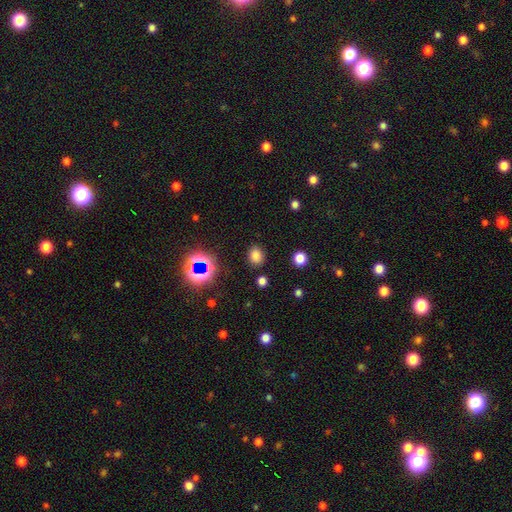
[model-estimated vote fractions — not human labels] Smooth or featured? smooth (74%)
How rounded? round (50%)
Merging? none (85%)